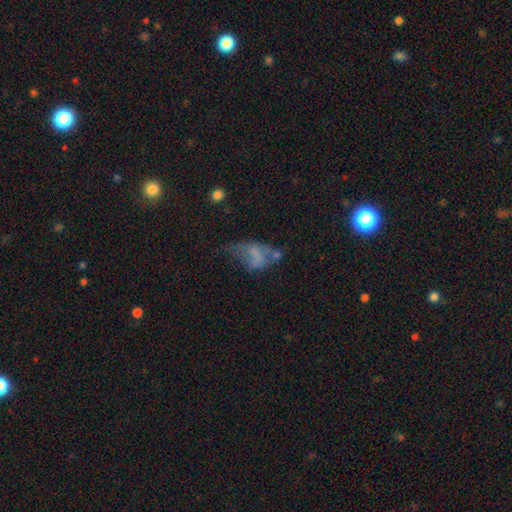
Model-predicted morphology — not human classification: Smooth or featured? smooth (48%)
Merging? major disturbance (44%)